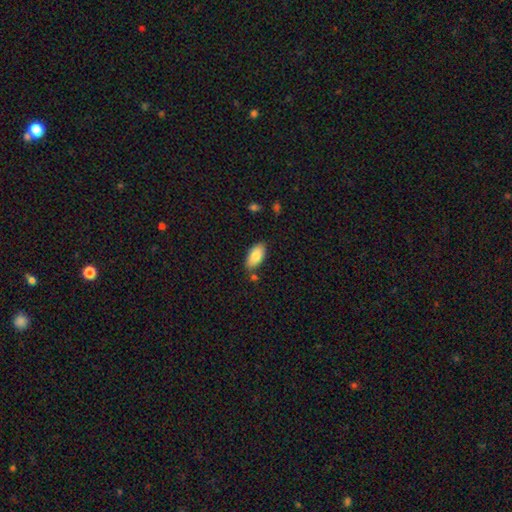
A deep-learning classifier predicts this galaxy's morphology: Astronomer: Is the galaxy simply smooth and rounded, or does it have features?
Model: smooth — 84%.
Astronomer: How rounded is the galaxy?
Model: in between — 93%.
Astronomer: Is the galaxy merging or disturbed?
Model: none — 79%.